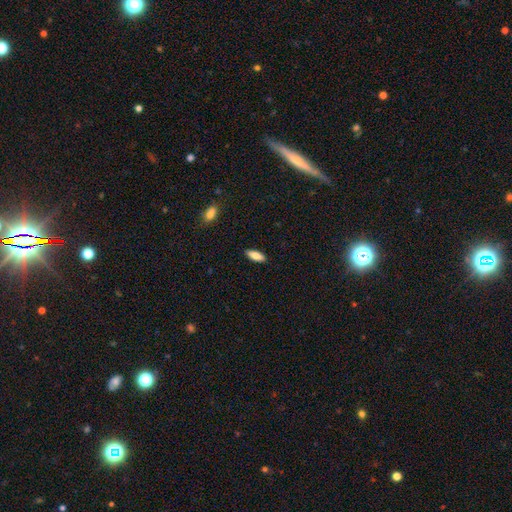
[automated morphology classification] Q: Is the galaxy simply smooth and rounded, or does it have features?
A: smooth — 79%.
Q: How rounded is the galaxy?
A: in between — 69%.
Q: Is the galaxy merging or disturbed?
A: none — 89%.